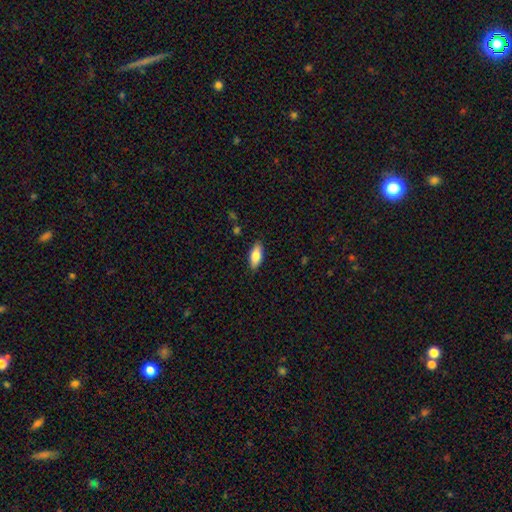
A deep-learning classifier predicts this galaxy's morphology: type=smooth (80%); roundness=in between (82%); merging=none (87%).